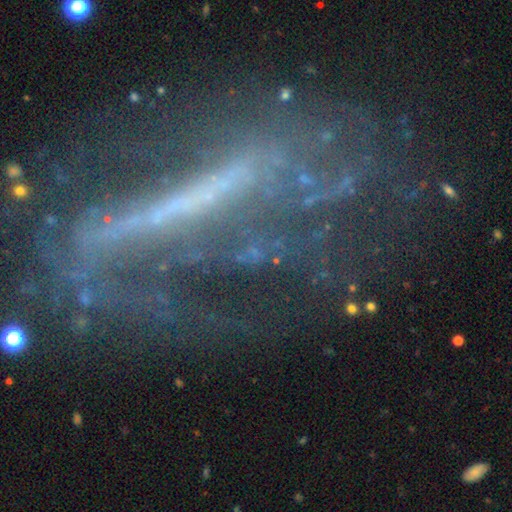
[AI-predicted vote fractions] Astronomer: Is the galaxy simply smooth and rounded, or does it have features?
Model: featured or disk — 79%.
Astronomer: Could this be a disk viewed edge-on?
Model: no — 69%.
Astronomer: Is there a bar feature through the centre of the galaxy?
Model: strong — 68%.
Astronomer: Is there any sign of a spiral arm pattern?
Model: yes — 68%.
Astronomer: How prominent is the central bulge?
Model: small — 47% (runner-up: none, 36%).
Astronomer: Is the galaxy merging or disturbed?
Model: none — 58%.